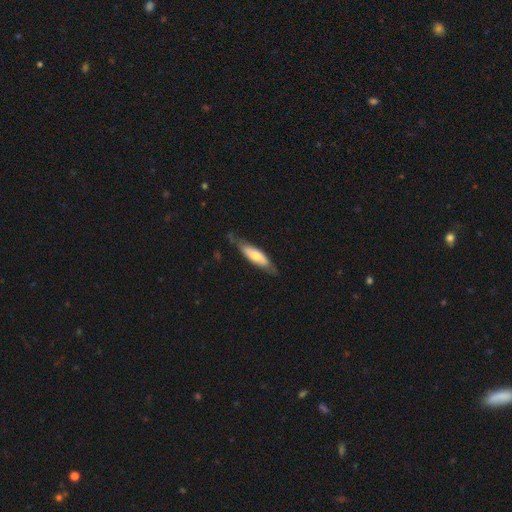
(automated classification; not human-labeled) This appears to be a smooth galaxy with no disk features (55%) that is cigar-shaped (54%). Merging: none (64%).